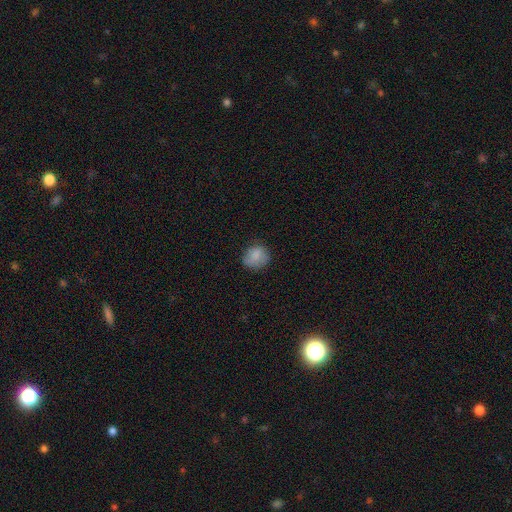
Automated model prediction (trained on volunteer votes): A smooth galaxy with no disk features (81%) that is round (73%). Merging: none (70%).